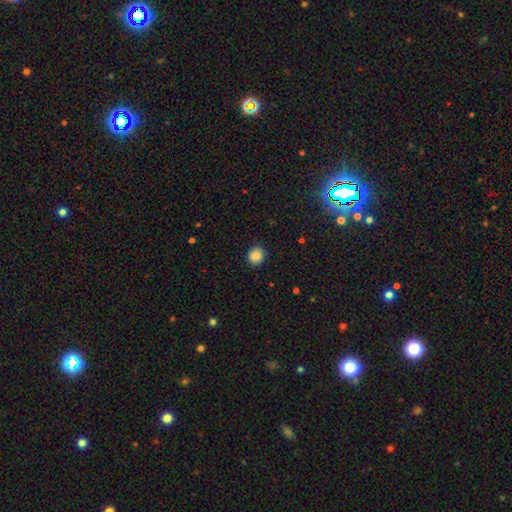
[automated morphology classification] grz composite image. It shows a smooth galaxy with no disk features (86%) that is round (78%). Merging: none (89%).